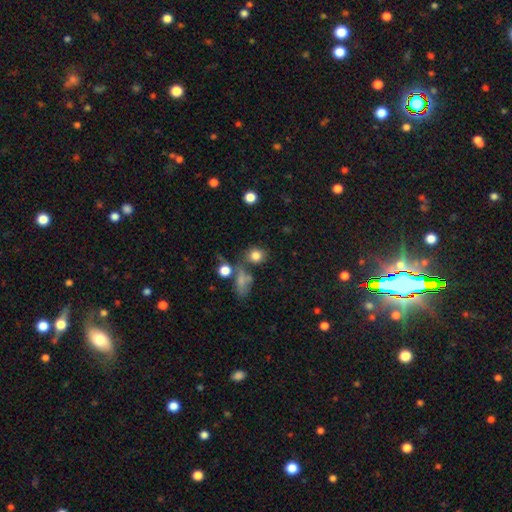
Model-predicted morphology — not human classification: This appears to be a smooth galaxy with no disk features (80%) that is round (77%). Merging: none (66%).